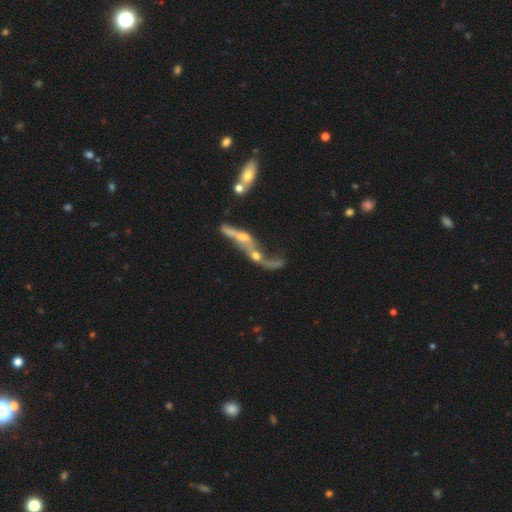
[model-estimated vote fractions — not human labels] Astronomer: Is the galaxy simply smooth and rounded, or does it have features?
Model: featured or disk — 59%.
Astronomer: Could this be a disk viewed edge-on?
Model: no — 80%.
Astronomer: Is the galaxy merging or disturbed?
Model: merger — 71%.